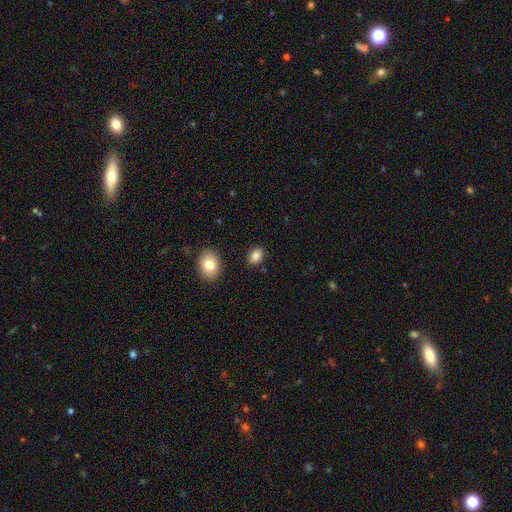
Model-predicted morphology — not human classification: type=smooth (86%); roundness=in between (73%); merging=none (86%).